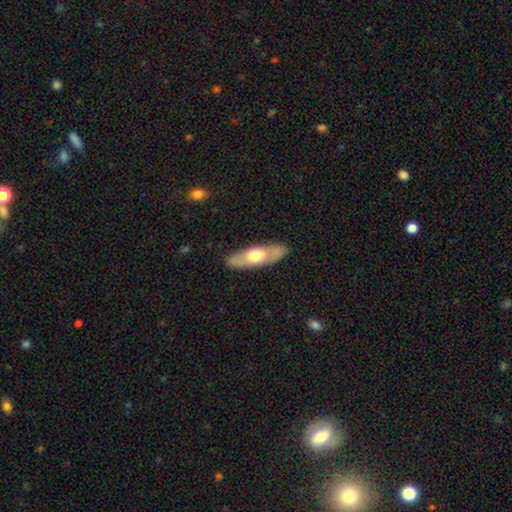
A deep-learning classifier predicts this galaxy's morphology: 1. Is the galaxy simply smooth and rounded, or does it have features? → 54% smooth, 40% featured or disk, 5% star or artifact.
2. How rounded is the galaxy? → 57% in between, 41% cigar-shaped, 3% round.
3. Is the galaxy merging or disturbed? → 87% none, 10% minor disturbance, 2% major disturbance, 1% merger.